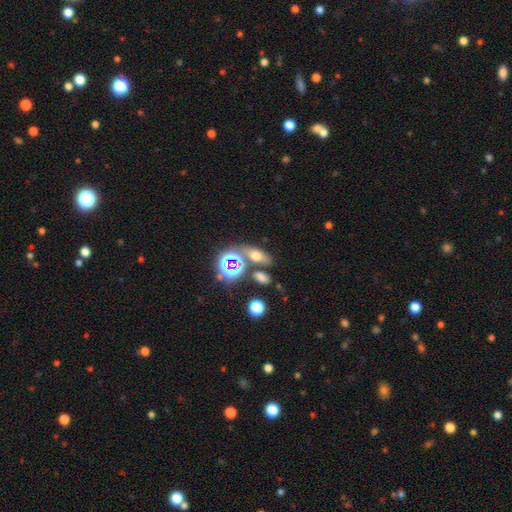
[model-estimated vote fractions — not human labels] Smooth or featured? Predicted: smooth (p=0.51). How rounded? Predicted: in between (p=0.68). Merging? Predicted: none (p=0.63).